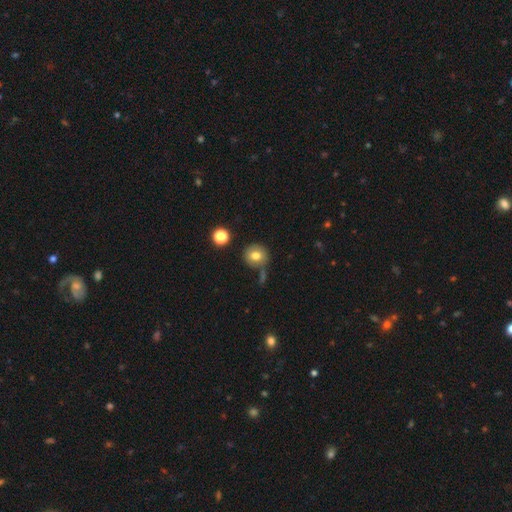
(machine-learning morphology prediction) Overall: smooth (76%). How rounded: round (89%). Merging: none (73%).